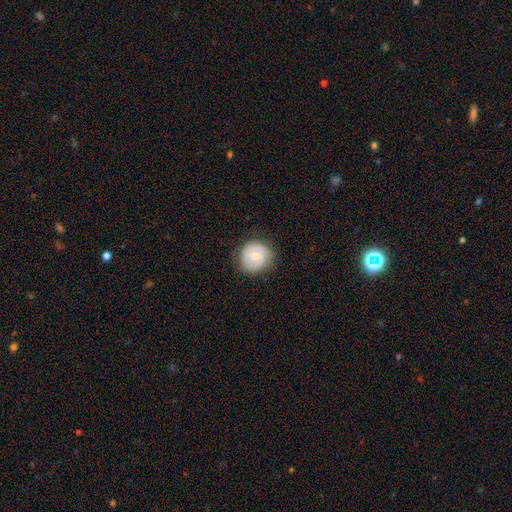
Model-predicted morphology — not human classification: The model was most divided on "smooth or featured": smooth: 51%, featured or disk: 42%, star or artifact: 7%. More confident: how rounded — round (86%); merging — none (80%).